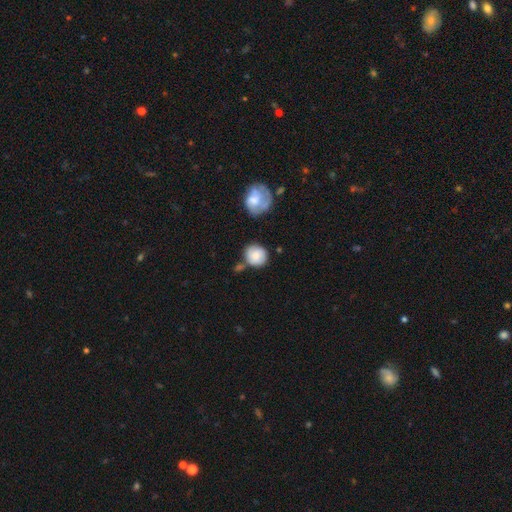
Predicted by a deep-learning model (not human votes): This is likely a smooth galaxy (73%). How rounded: clearly round (85%). Merging: likely none (62%).